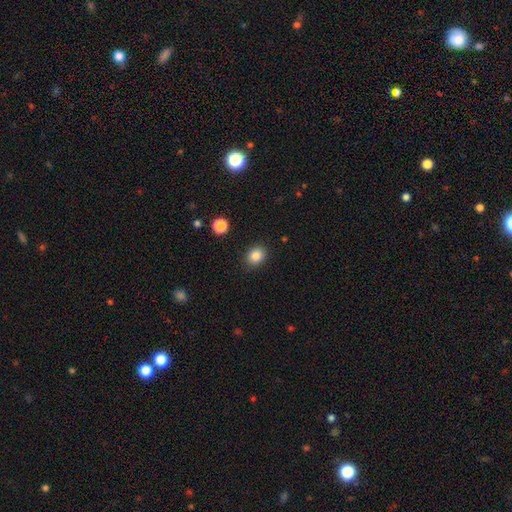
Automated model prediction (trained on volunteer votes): Smooth or featured?
  - smooth: 84% *
  - star or artifact: 10%
  - featured or disk: 6%
How rounded?
  - round: 52% *
  - in between: 47%
  - cigar-shaped: 1%
Merging?
  - none: 88% *
  - minor disturbance: 9%
  - major disturbance: 2%
  - merger: 1%